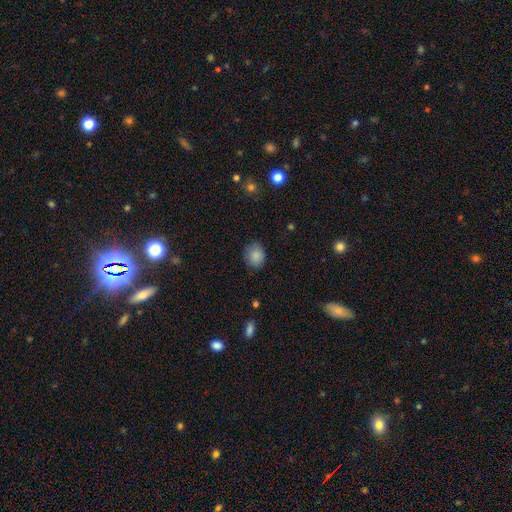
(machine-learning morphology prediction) A smooth galaxy with no disk features (86%) that is round (55%). Merging: none (82%).